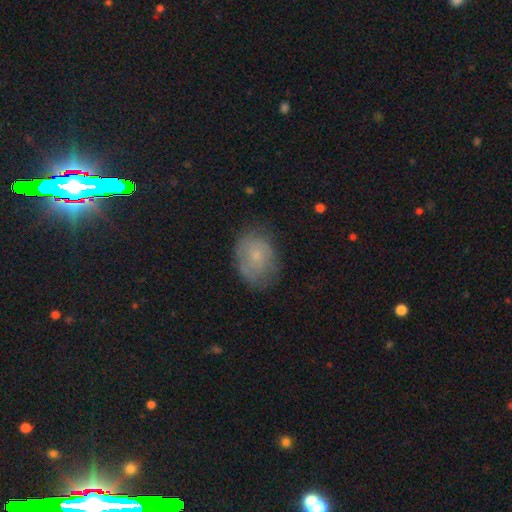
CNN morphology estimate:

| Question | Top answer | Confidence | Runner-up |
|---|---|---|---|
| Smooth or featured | smooth | 58% | featured or disk (32%) |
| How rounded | in between | 64% | round (35%) |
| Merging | none | 68% | minor disturbance (23%) |